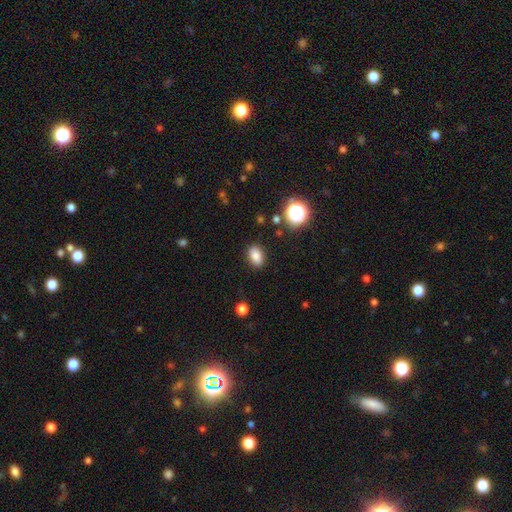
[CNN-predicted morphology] smooth_or_featured: smooth (p=0.83) [alt: star or artifact p=0.12]
how_rounded: in between (p=0.84) [alt: round p=0.14]
merging: none (p=0.88) [alt: minor disturbance p=0.09]